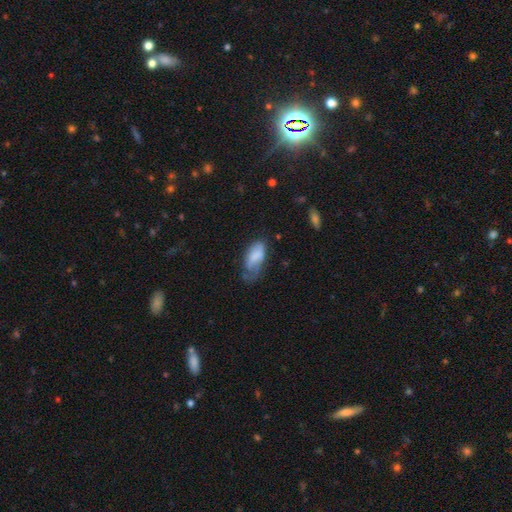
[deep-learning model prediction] smooth_or_featured: smooth (p=0.69) [alt: featured or disk p=0.24]
how_rounded: in between (p=0.91) [alt: cigar-shaped p=0.06]
merging: minor disturbance (p=0.36) [alt: major disturbance p=0.32]